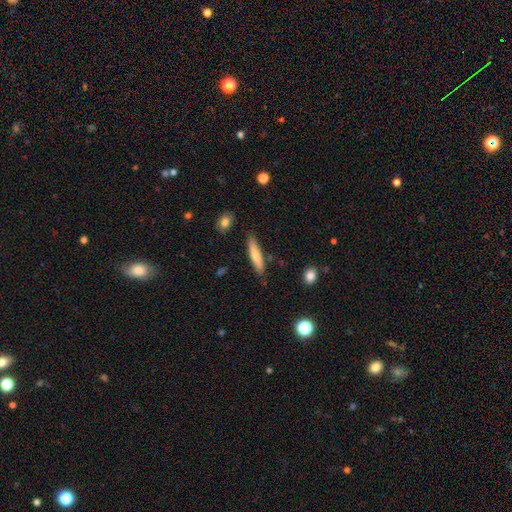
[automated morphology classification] Smooth or featured?
  - smooth: 70% *
  - featured or disk: 23%
  - star or artifact: 6%
How rounded?
  - cigar-shaped: 85% *
  - in between: 14%
  - round: 2%
Merging?
  - none: 83% *
  - minor disturbance: 12%
  - merger: 3%
  - major disturbance: 2%